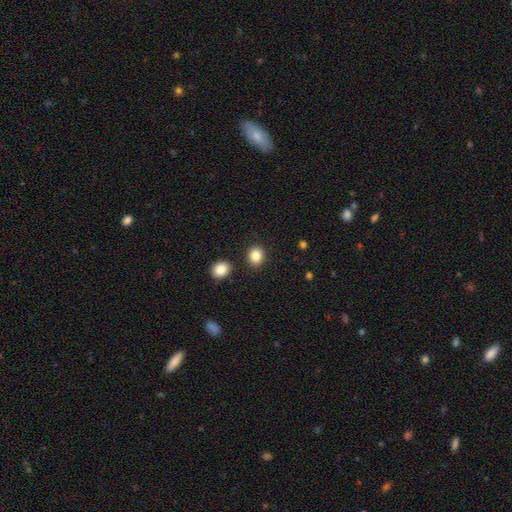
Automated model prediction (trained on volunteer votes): This appears to be a smooth galaxy with no disk features (86%) that is round (68%). Merging: none (87%).